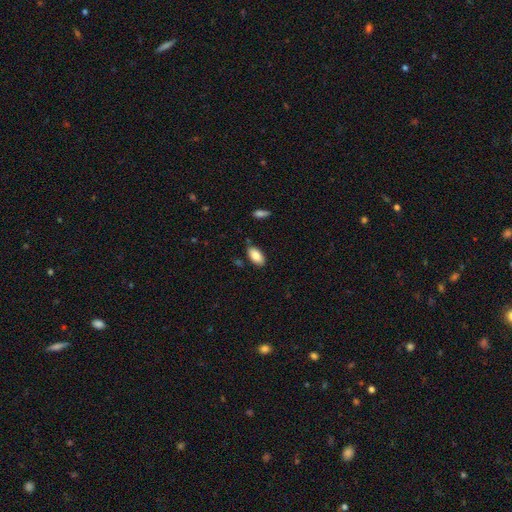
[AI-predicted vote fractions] smooth-or-featured: smooth: 84% | featured or disk: 9% | star or artifact: 7%
  how-rounded: in between: 94% | cigar-shaped: 4% | round: 3%
  merging: none: 83% | minor disturbance: 12% | merger: 3% | major disturbance: 2%